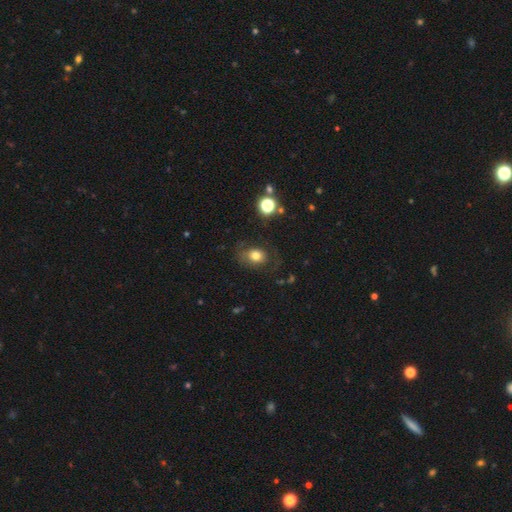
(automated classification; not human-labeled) The model was most divided on "how rounded": in between: 52%, round: 47%, cigar-shaped: 1%. More confident: smooth or featured — smooth (70%); merging — none (63%).